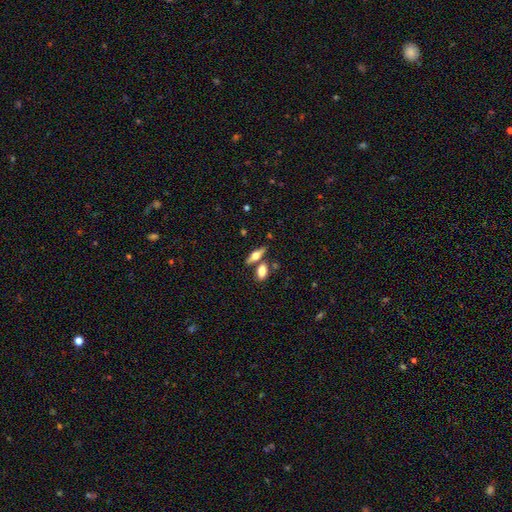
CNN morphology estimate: Smooth or featured: featured or disk — 57% (smooth — 35%)
Edge-on disk: yes — 94% (no — 6%)
Edge-on bulge: rounded — 94% (boxy — 4%)
Merging: none — 68% (merger — 19%)